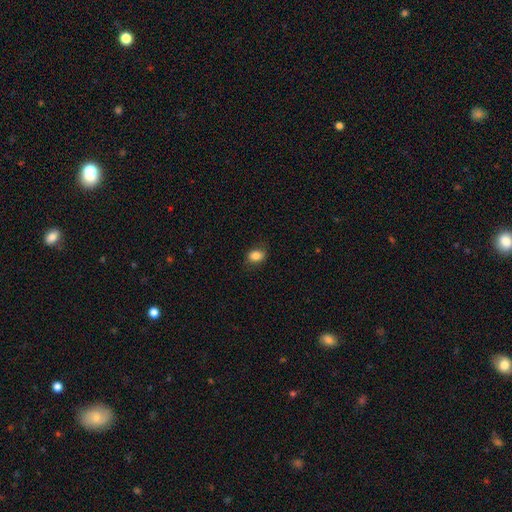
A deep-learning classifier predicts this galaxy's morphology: smooth 85%, star or artifact 9%, featured or disk 6%. Down the decision tree: how rounded — in between (64%); merging — none (75%).